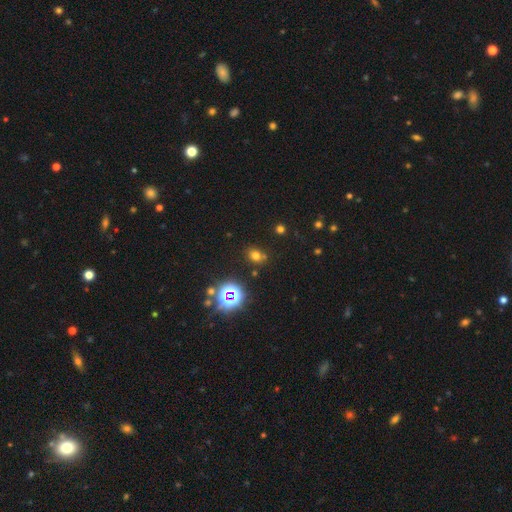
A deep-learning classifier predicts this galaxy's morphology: Smooth or featured? smooth (64%)
How rounded? round (54%)
Merging? none (75%)